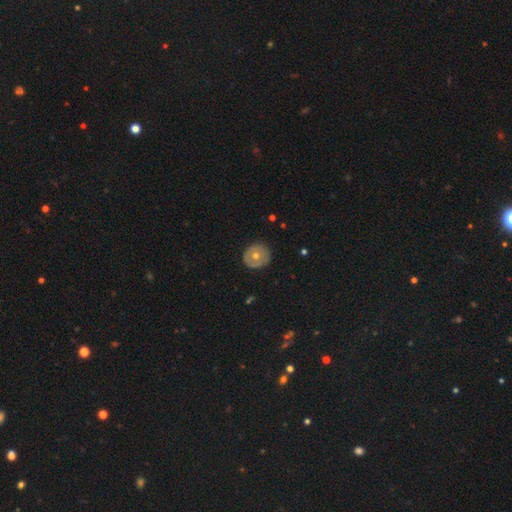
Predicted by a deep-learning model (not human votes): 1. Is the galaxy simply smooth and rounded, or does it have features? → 51% smooth, 41% featured or disk, 8% star or artifact.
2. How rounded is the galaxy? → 91% round, 8% in between, 1% cigar-shaped.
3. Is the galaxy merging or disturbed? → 87% none, 10% minor disturbance, 2% major disturbance, 1% merger.